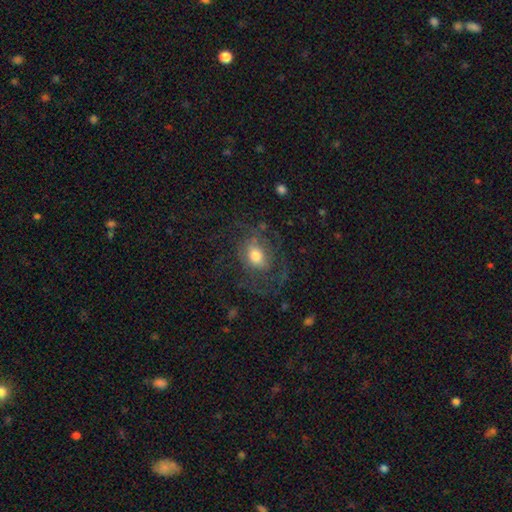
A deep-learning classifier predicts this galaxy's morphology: This appears to be a featured or disk galaxy (52%). Merging: none (52%).